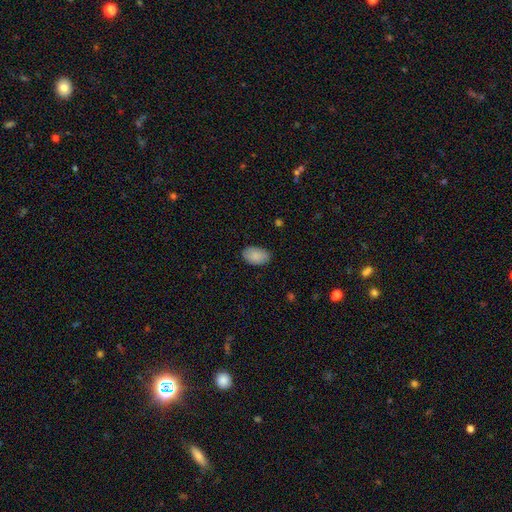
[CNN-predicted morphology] The model was most divided on "merging": none: 84%, minor disturbance: 13%, major disturbance: 2%, merger: 1%. More confident: how rounded — in between (91%); smooth or featured — smooth (87%).